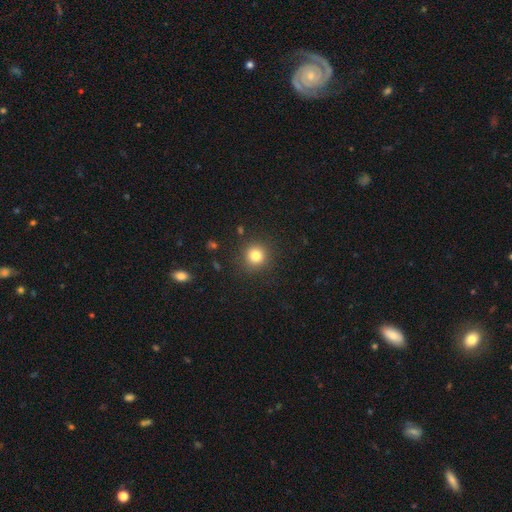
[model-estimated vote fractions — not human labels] Smooth or featured: smooth — 81% (star or artifact — 13%)
How rounded: round — 93% (in between — 6%)
Merging: none — 89% (minor disturbance — 7%)